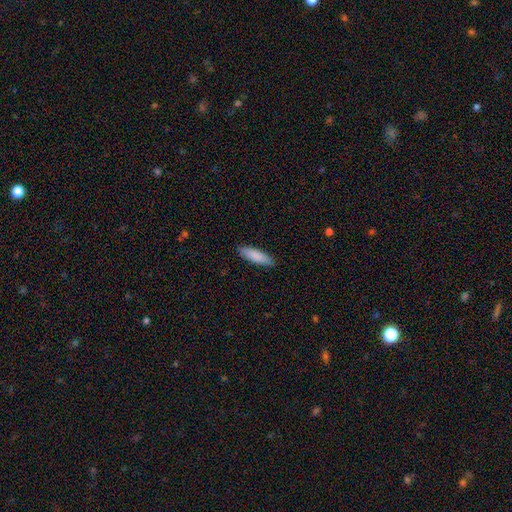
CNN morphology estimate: A smooth galaxy with no disk features (86%) that is cigar-shaped (59%). Merging: none (88%).